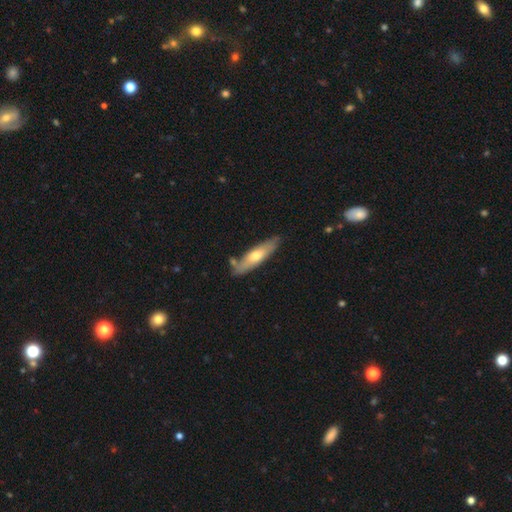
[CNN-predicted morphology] Overall: smooth (51%; featured or disk 44%). How rounded: cigar-shaped (73%). Merging: none (78%).